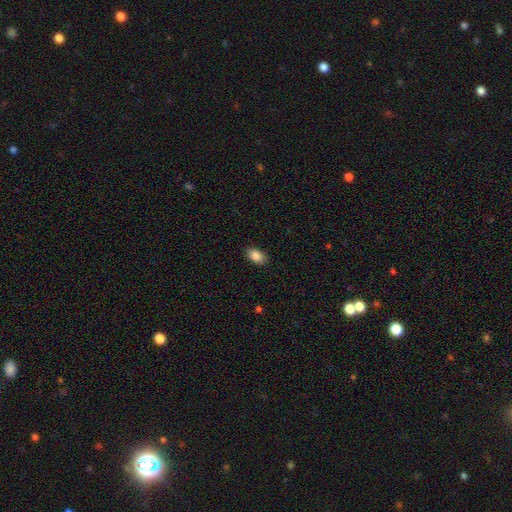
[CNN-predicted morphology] Smooth or featured? smooth (87%)
How rounded? in between (91%)
Merging? none (89%)